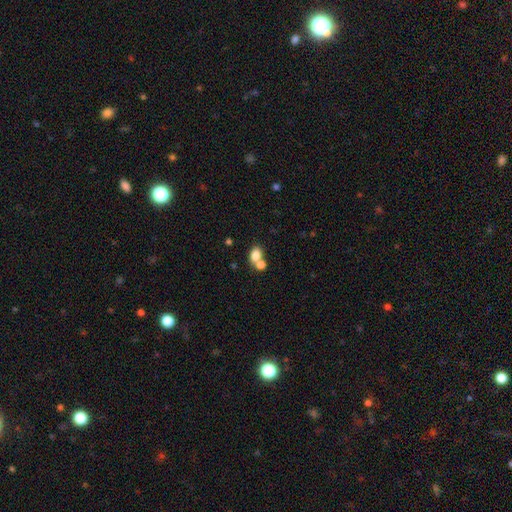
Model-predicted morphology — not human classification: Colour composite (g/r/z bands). It shows a smooth galaxy with no disk features (80%) that is in between round and cigar-shaped (68%). Merging: merger (48%).